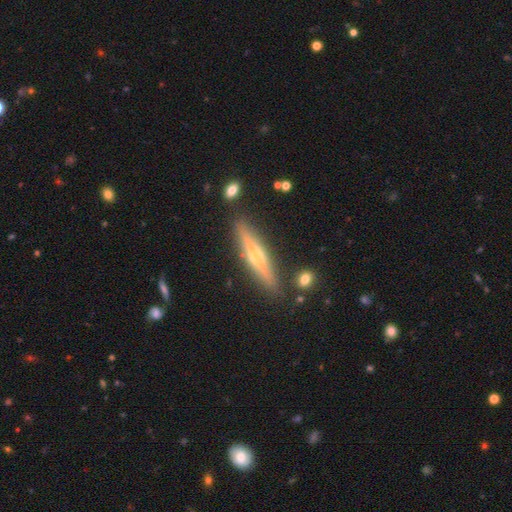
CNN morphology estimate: A featured or disk galaxy (63%) viewed edge-on (94%) with a rounded central bulge (85%).

Vote fractions:
- Smooth or featured? featured or disk: 63% / smooth: 30% / star or artifact: 7%
- Edge-on disk? yes: 94% / no: 6%
- Edge-on bulge? rounded: 85% / none: 9% / boxy: 5%
- Merging? none: 86% / minor disturbance: 9% / merger: 3% / major disturbance: 2%